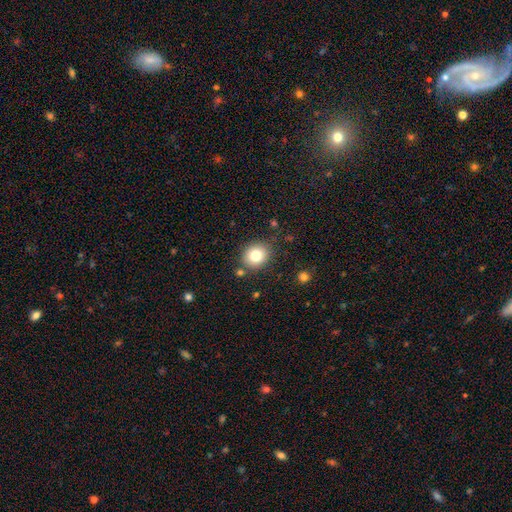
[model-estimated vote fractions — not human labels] Q: Smooth or featured?
A: smooth (79%); runner-up: star or artifact (11%)
Q: How rounded?
A: round (71%); runner-up: in between (28%)
Q: Merging?
A: none (83%); runner-up: minor disturbance (10%)